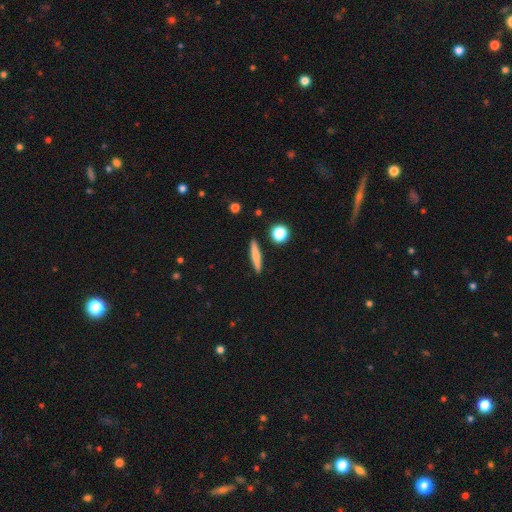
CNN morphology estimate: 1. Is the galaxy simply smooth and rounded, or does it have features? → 68% smooth, 25% featured or disk, 7% star or artifact.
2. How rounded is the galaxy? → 89% cigar-shaped, 8% in between, 3% round.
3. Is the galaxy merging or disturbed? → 90% none, 6% minor disturbance, 2% merger, 2% major disturbance.